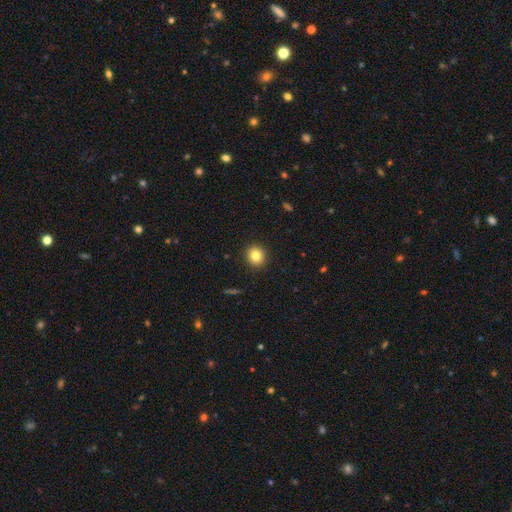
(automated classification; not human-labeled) This appears to be a smooth galaxy with no disk features (82%) that is round (90%). Merging: none (92%).